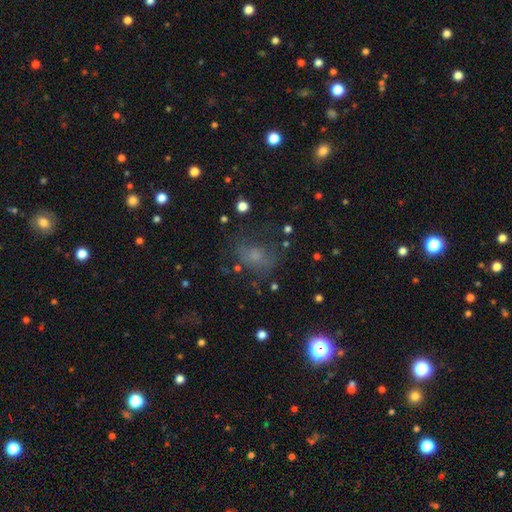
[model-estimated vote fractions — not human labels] Q: Smooth or featured?
A: smooth (55%); runner-up: star or artifact (25%)
Q: How rounded?
A: in between (56%); runner-up: round (42%)
Q: Merging?
A: none (56%); runner-up: minor disturbance (21%)